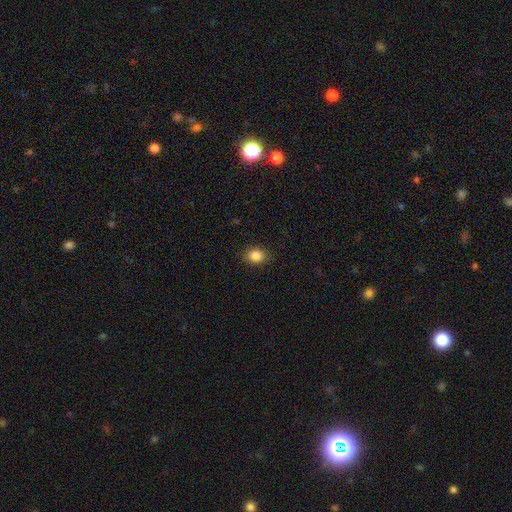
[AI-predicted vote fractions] Smooth or featured? Predicted: smooth (p=0.86). How rounded? Predicted: round (p=0.53). Merging? Predicted: none (p=0.88).